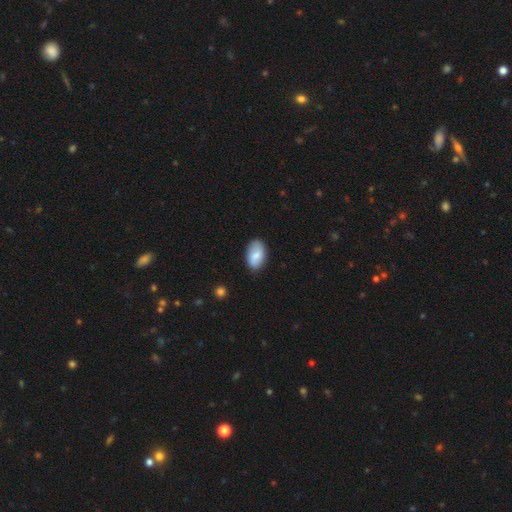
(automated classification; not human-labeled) Overall: smooth (78%). How rounded: in between (93%). Merging: none (83%).